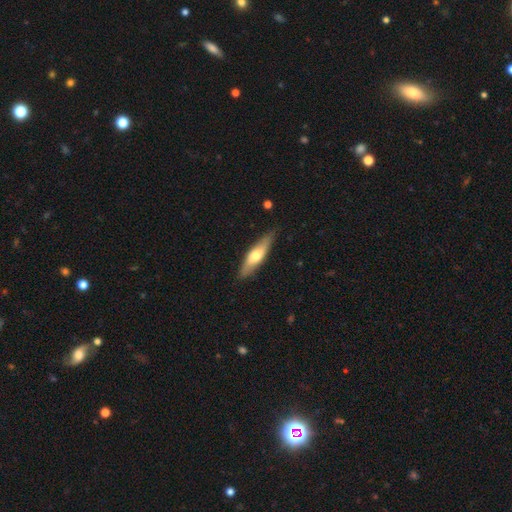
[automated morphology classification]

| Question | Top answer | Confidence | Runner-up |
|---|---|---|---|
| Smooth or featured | smooth | 53% | featured or disk (42%) |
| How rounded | cigar-shaped | 68% | in between (30%) |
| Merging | none | 84% | minor disturbance (12%) |